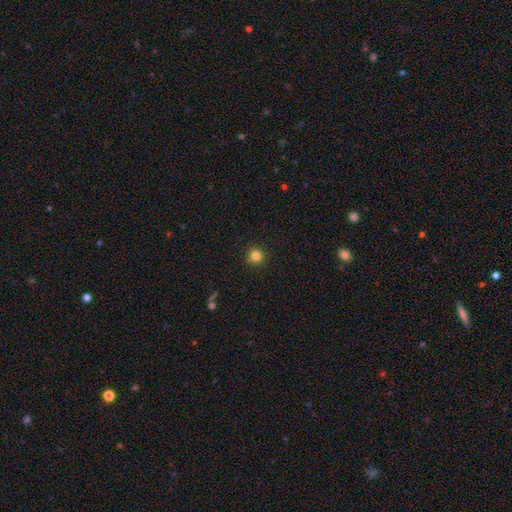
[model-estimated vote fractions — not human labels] Overall: smooth (82%). How rounded: round (95%). Merging: none (92%).